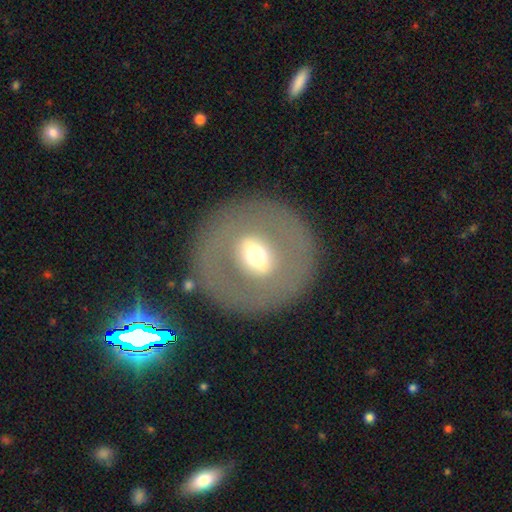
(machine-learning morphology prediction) Overall: featured or disk (57%; smooth 36%). Edge-on disk: no (87%). Merging: none (84%).